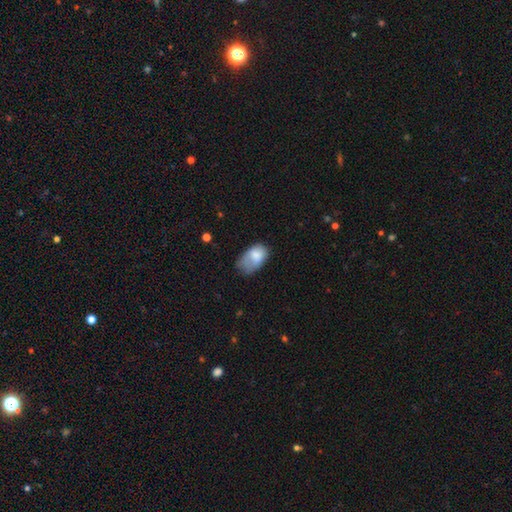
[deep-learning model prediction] Smooth or featured? smooth (77%)
How rounded? in between (90%)
Merging? minor disturbance (43%)